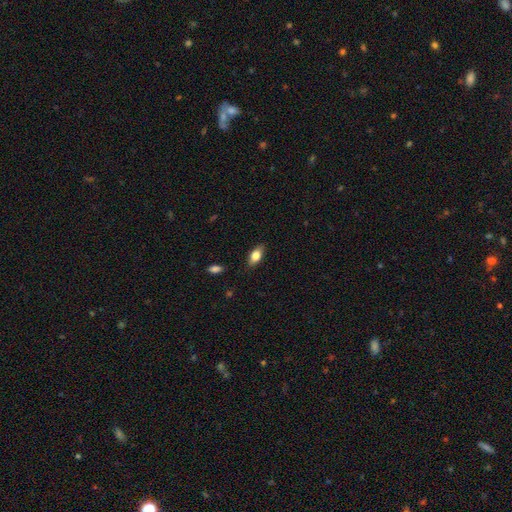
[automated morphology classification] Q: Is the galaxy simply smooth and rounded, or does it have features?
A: smooth — 78%.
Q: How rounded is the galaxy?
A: in between — 86%.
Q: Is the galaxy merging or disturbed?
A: none — 84%.